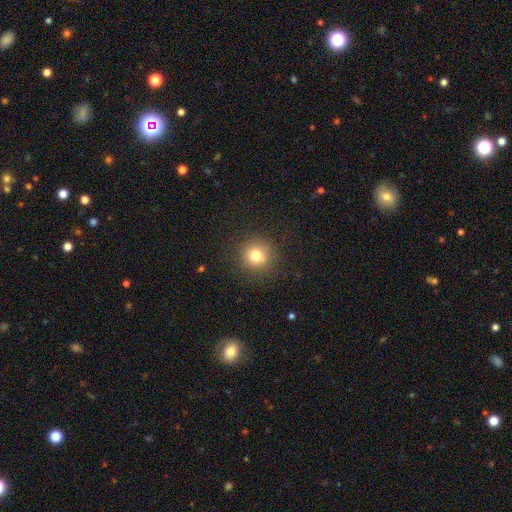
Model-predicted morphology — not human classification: Q: Smooth or featured?
A: smooth (77%); runner-up: star or artifact (14%)
Q: How rounded?
A: round (93%); runner-up: in between (6%)
Q: Merging?
A: none (87%); runner-up: minor disturbance (8%)